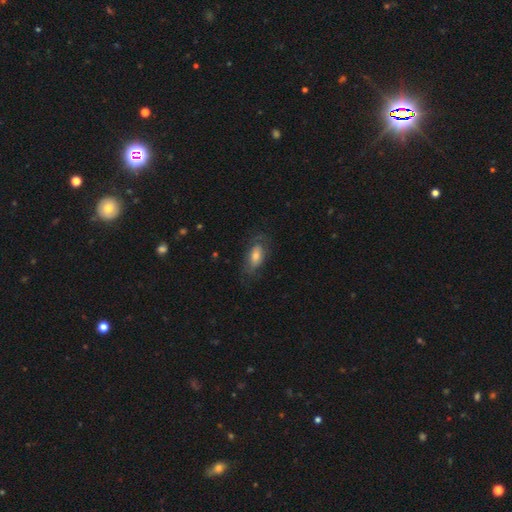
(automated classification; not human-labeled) The model was most divided on "smooth or featured": smooth: 53%, featured or disk: 38%, star or artifact: 9%. More confident: how rounded — in between (83%); merging — none (68%).